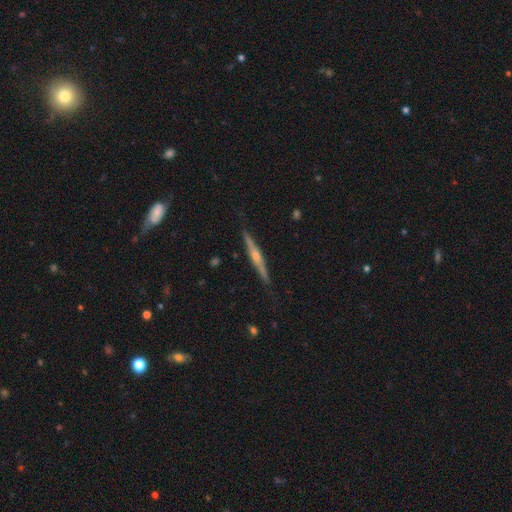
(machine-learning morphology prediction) A featured or disk galaxy (80%) viewed edge-on (98%) with a rounded central bulge (87%). Merging: none (87%).